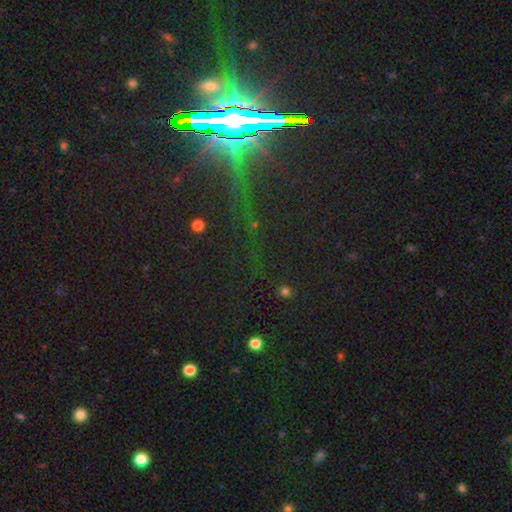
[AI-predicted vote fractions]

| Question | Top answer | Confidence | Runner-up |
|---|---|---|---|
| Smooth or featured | star or artifact | 81% | featured or disk (11%) |